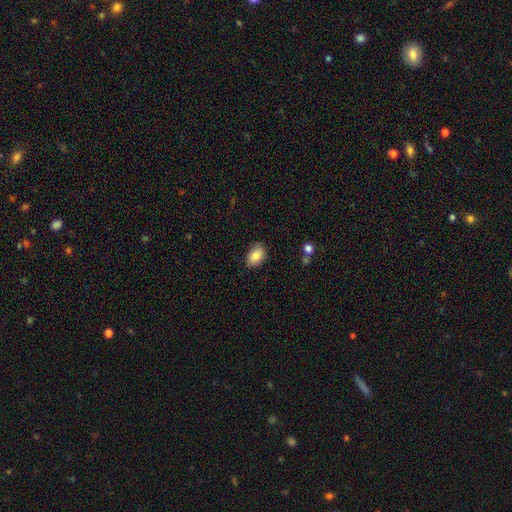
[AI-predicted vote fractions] smooth_or_featured: smooth (p=0.84) [alt: featured or disk p=0.08]
how_rounded: in between (p=0.83) [alt: round p=0.16]
merging: none (p=0.83) [alt: minor disturbance p=0.14]